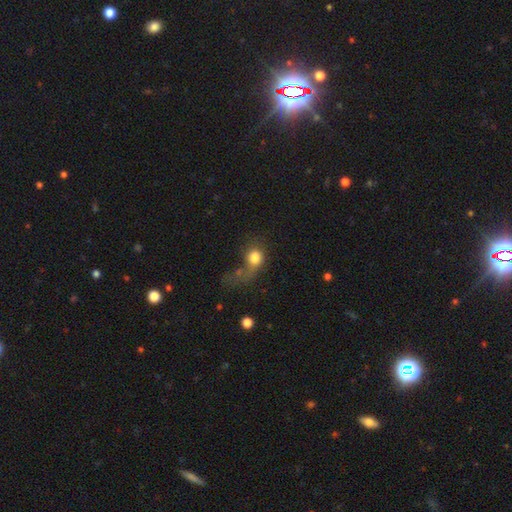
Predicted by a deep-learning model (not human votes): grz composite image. It shows a smooth galaxy with no disk features (66%) that is round (72%). Merging: major disturbance (44%).